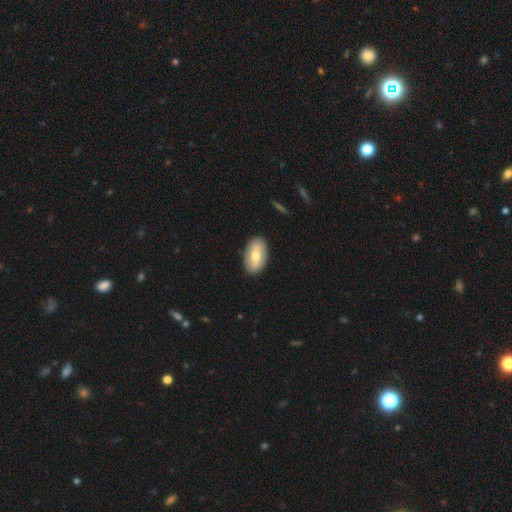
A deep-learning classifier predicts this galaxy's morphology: Overall: smooth (63%; featured or disk 31%). How rounded: in between (92%). Merging: none (89%).